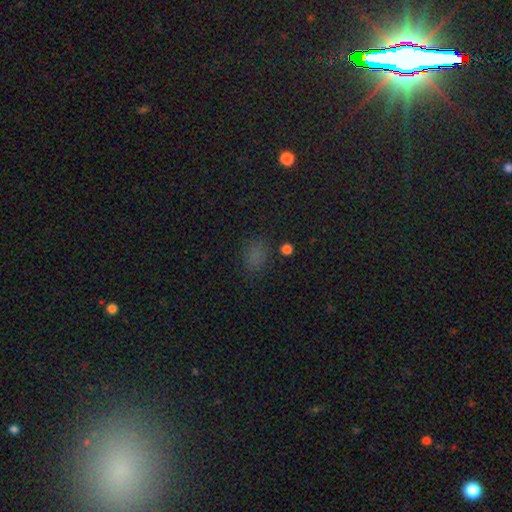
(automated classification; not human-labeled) Morphology: type=smooth (69%); roundness=in between (68%); merging=none (75%).